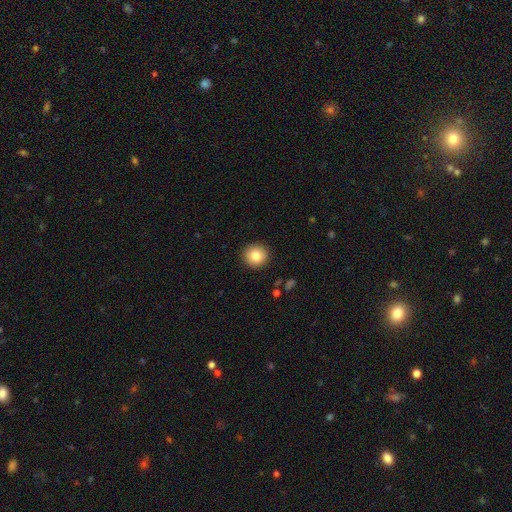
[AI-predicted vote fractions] The model was most divided on "smooth or featured": smooth: 82%, star or artifact: 9%, featured or disk: 8%. More confident: how rounded — round (94%); merging — none (92%).